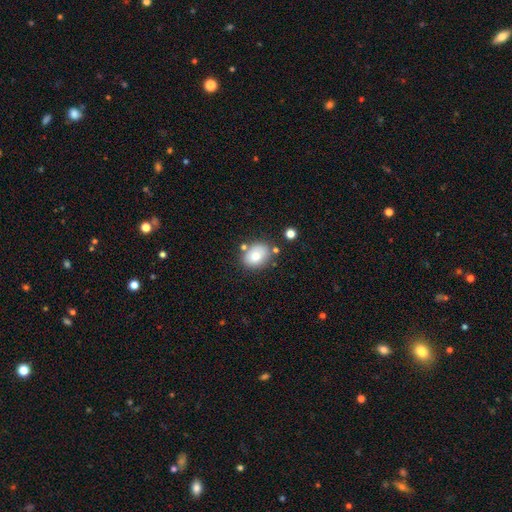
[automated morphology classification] This is likely a smooth galaxy (78%). How rounded: likely in between (64%). Merging: likely none (72%).